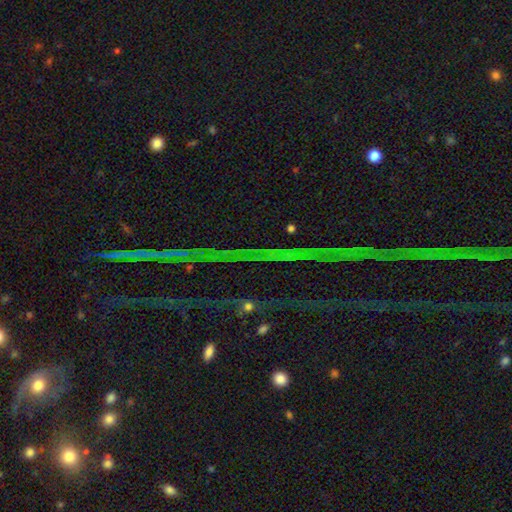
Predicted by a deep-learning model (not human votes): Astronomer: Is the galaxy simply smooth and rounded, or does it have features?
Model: star or artifact — 73%.